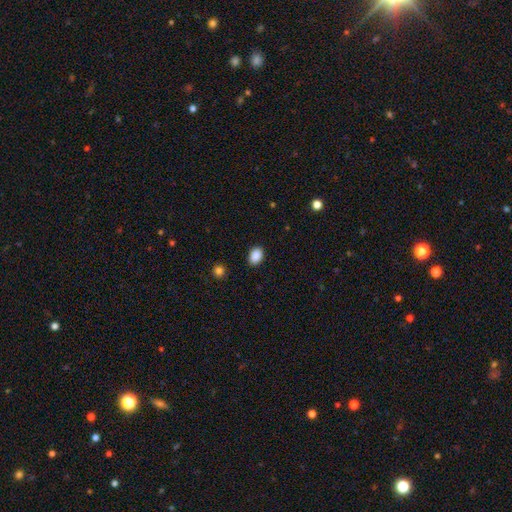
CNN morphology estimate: Overall: smooth (89%). How rounded: in between (77%). Merging: none (89%).